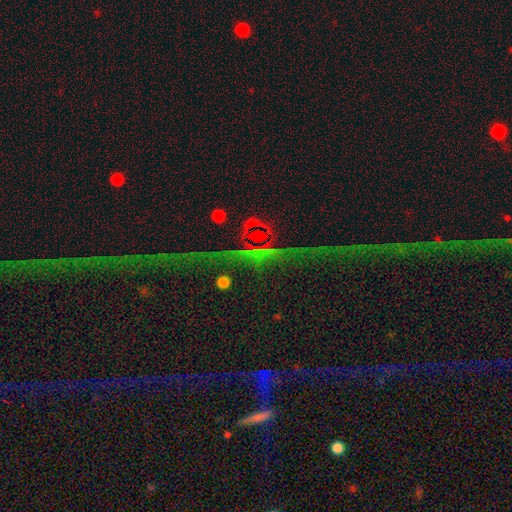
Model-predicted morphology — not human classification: Smooth or featured: star or artifact — 81% (featured or disk — 11%)